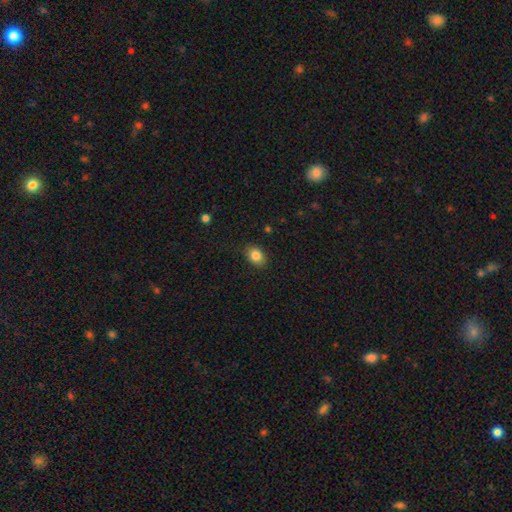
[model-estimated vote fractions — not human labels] Morphology: type=smooth (85%); roundness=in between (71%); merging=none (86%).